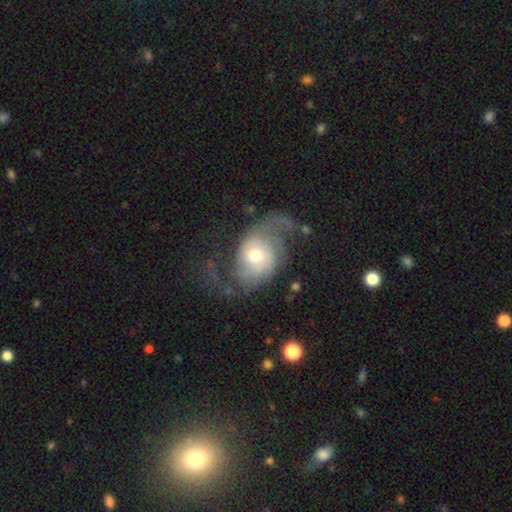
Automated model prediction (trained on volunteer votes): This appears to be a featured or disk galaxy (74%) with no bar (72%), 2 (74%) loose (52%) spiral arms (90%) and a moderate central bulge (65%). Merging: none (43%).